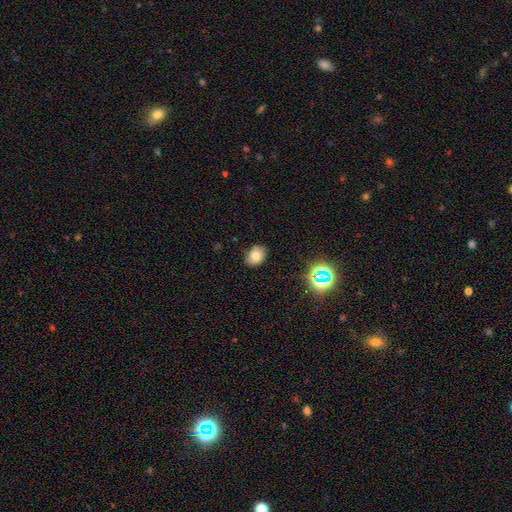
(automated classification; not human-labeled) This appears to be a smooth galaxy with no disk features (77%) that is in between round and cigar-shaped (70%). Merging: none (84%).